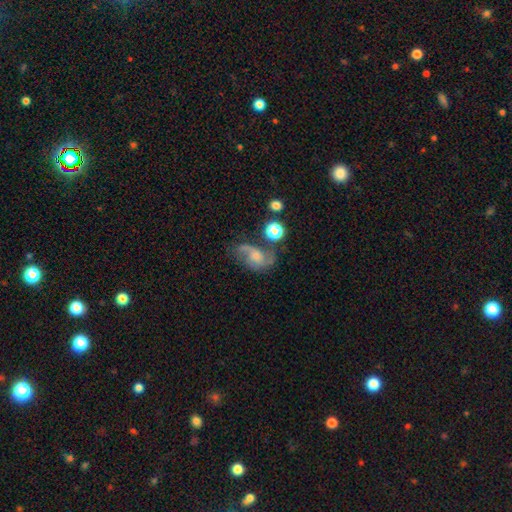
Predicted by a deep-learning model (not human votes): smooth-or-featured: featured or disk: 59% | smooth: 29% | star or artifact: 12%
  disk-edge-on: no: 97% | yes: 3%
    bar: no: 65% | weak: 30% | strong: 5%
    has-spiral-arms: yes: 84% | no: 16%
    bulge-size: small: 42% | moderate: 35% | none: 14% | large: 7% | dominant: 2%
  merging: none: 41% | major disturbance: 25% | minor disturbance: 24% | merger: 10%